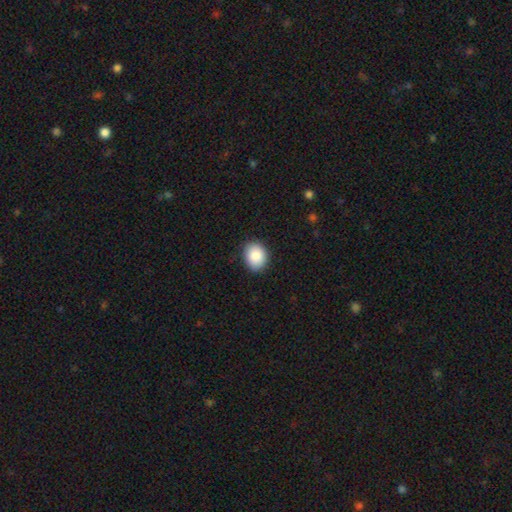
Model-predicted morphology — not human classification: type=smooth (88%); roundness=in between (53%); merging=none (87%).